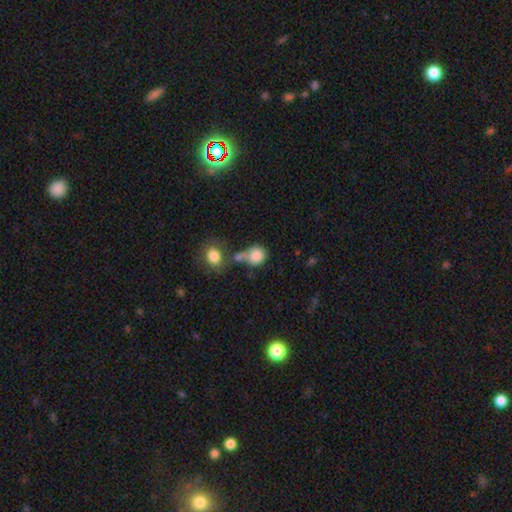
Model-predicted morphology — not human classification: Smooth or featured? smooth (84%)
How rounded? round (73%)
Merging? merger (38%, tied with none)